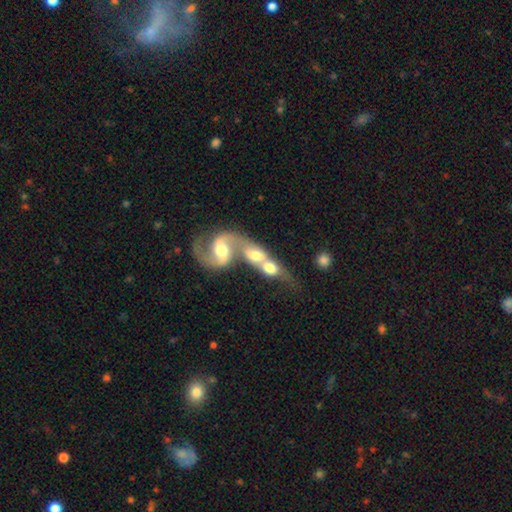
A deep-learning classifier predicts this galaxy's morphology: featured or disk 66%, smooth 27%, star or artifact 7%. Down the decision tree: edge-on disk — no (92%); bar — no (46%); spiral arms — yes (76%); bulge size — moderate (58%); merging — merger (77%).